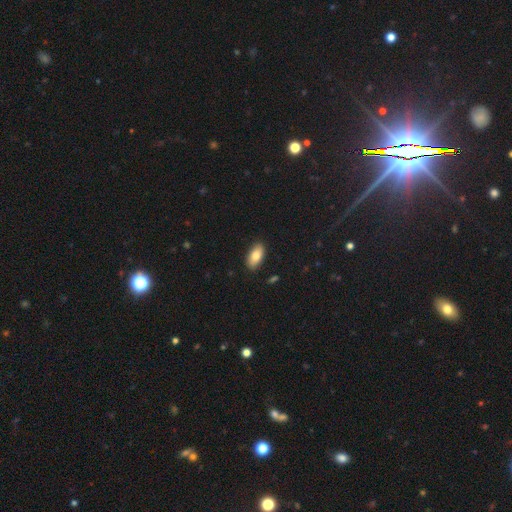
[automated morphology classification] Smooth or featured: smooth — 81% (featured or disk — 12%)
How rounded: in between — 92% (cigar-shaped — 5%)
Merging: none — 88% (minor disturbance — 9%)